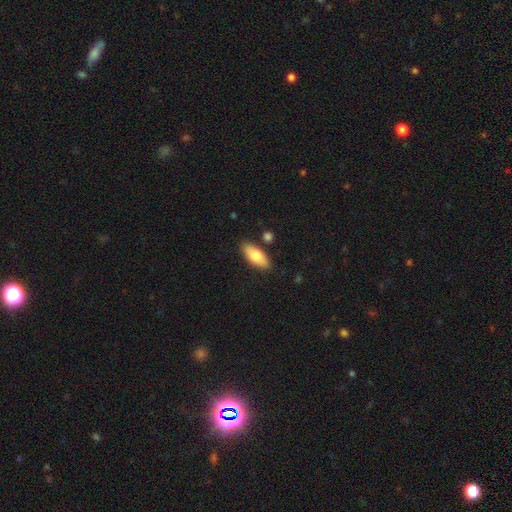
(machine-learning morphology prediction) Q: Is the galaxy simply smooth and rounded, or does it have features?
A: smooth — 78%.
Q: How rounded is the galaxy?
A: in between — 78%.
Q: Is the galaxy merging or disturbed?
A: none — 84%.